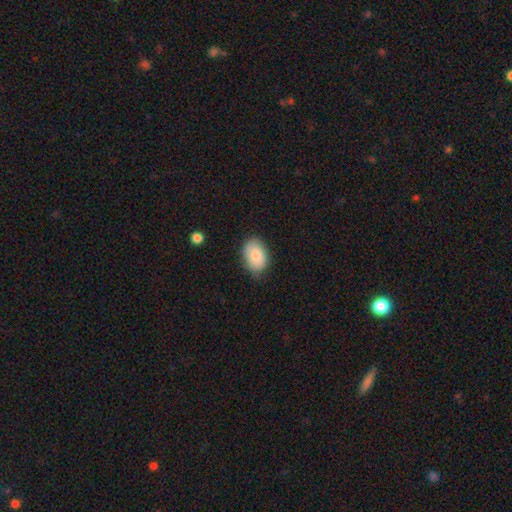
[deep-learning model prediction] This appears to be a smooth galaxy with no disk features (83%) that is in between round and cigar-shaped (87%). Merging: none (79%).